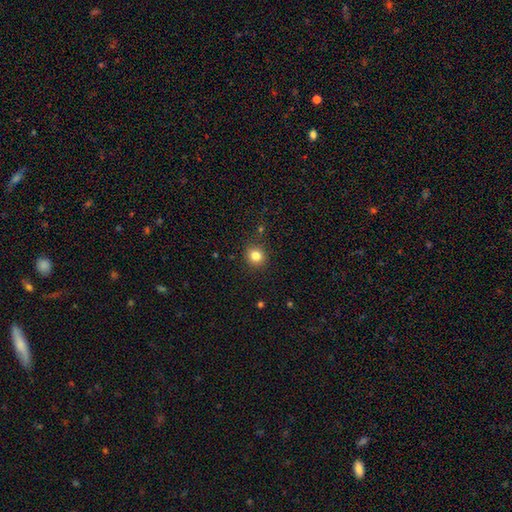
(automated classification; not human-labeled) The model was most divided on "smooth or featured": smooth: 82%, star or artifact: 12%, featured or disk: 6%. More confident: merging — none (88%); how rounded — round (86%).